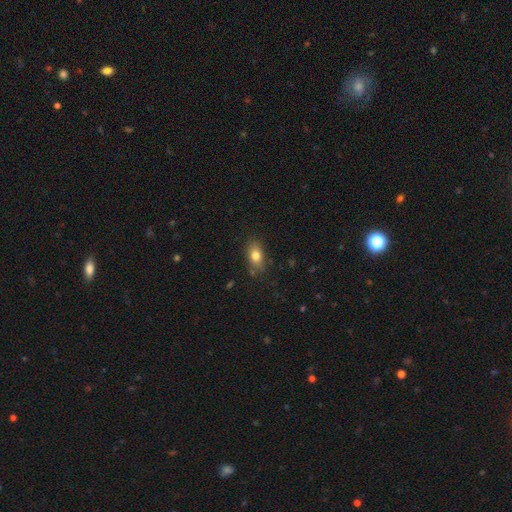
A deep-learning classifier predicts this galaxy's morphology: Q: Smooth or featured?
A: smooth (79%); runner-up: featured or disk (12%)
Q: How rounded?
A: in between (84%); runner-up: round (12%)
Q: Merging?
A: none (80%); runner-up: minor disturbance (15%)